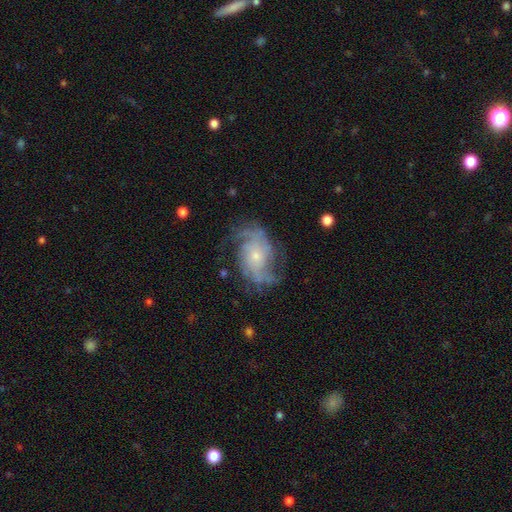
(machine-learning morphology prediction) A featured or disk galaxy (85%) with no bar (70%), 2 (51%) medium (45%) spiral arms (95%) and a small central bulge (61%). Merging: none (69%).